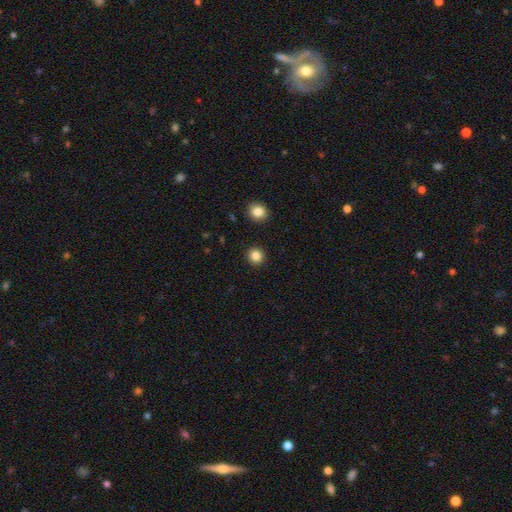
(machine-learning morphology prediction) Q: Smooth or featured?
A: smooth (85%); runner-up: star or artifact (11%)
Q: How rounded?
A: round (92%); runner-up: in between (7%)
Q: Merging?
A: none (92%); runner-up: minor disturbance (5%)